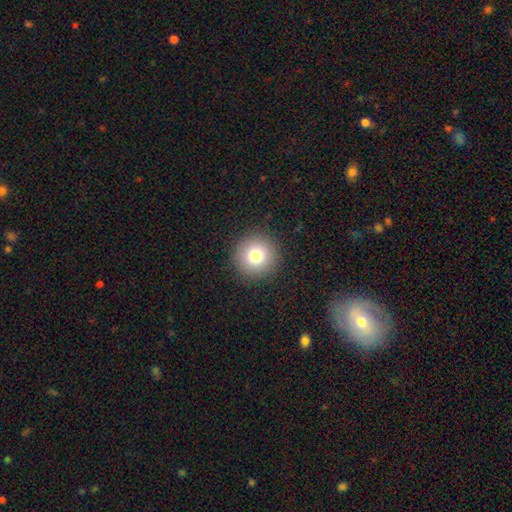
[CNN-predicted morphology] type=smooth (79%); roundness=round (96%); merging=none (92%).